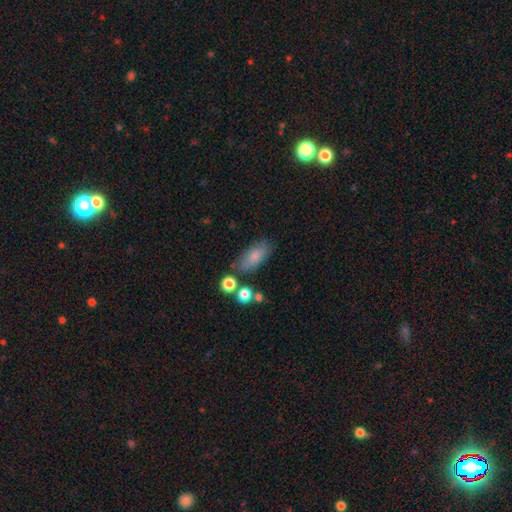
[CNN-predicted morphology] A smooth galaxy with no disk features (76%) that is in between round and cigar-shaped (83%). Merging: none (71%).